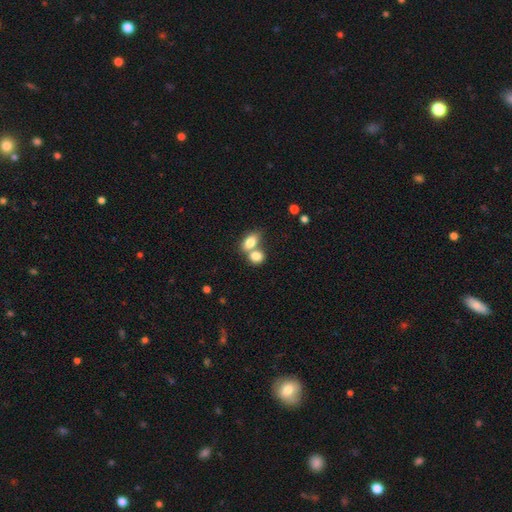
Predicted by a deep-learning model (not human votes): Overall: smooth (81%). How rounded: in between (67%; round 31%). Merging: merger (58%; none 30%).